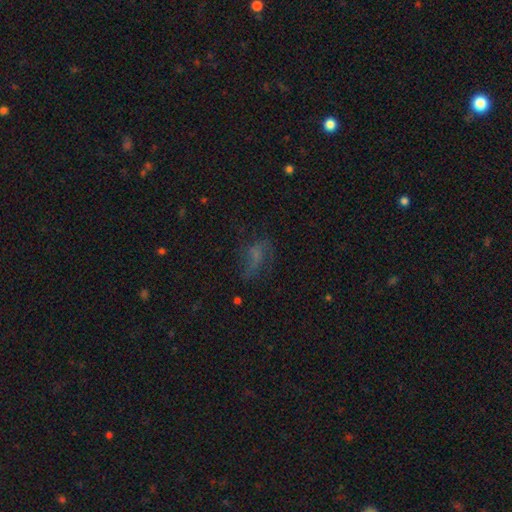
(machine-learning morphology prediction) Overall: smooth (40%; featured or disk 37%). Merging: none (47%; major disturbance 28%).